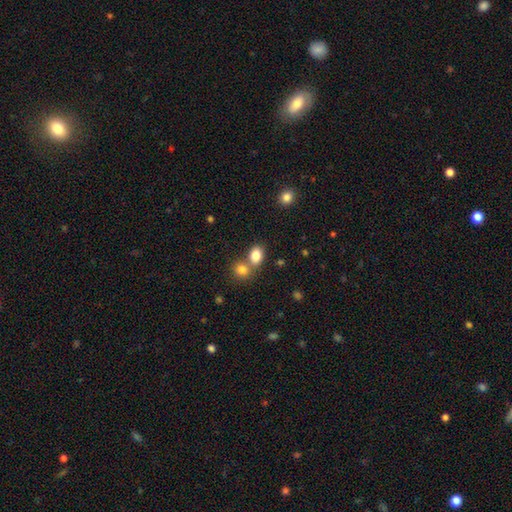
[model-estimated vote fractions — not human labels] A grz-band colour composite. It shows a smooth galaxy with no disk features (83%) that is in between round and cigar-shaped (70%). Merging: none (49%).